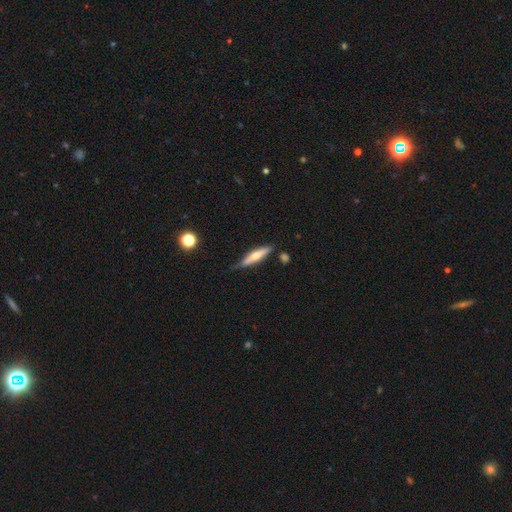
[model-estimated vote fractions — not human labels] Smooth or featured? Predicted: smooth (p=0.48). Merging? Predicted: none (p=0.68).